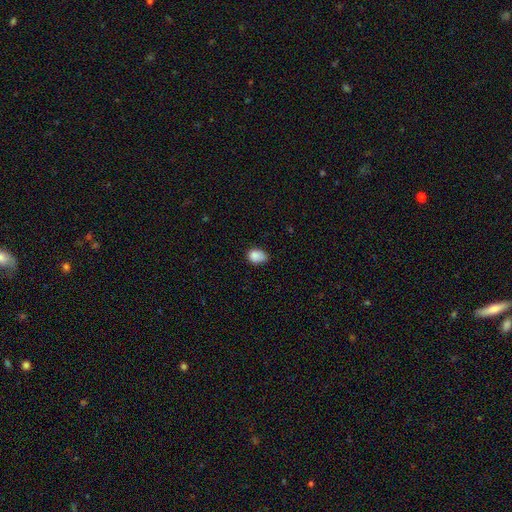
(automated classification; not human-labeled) smooth 85%, star or artifact 9%, featured or disk 6%. Down the decision tree: how rounded — in between (67%); merging — none (50%).